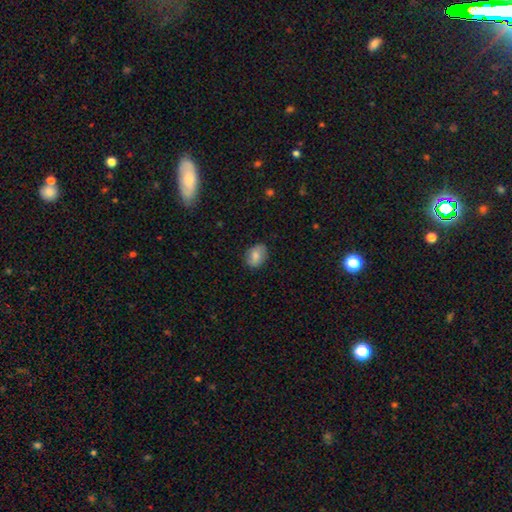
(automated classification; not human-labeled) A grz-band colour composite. It shows a smooth galaxy with no disk features (79%) that is in between round and cigar-shaped (69%). Merging: none (83%).